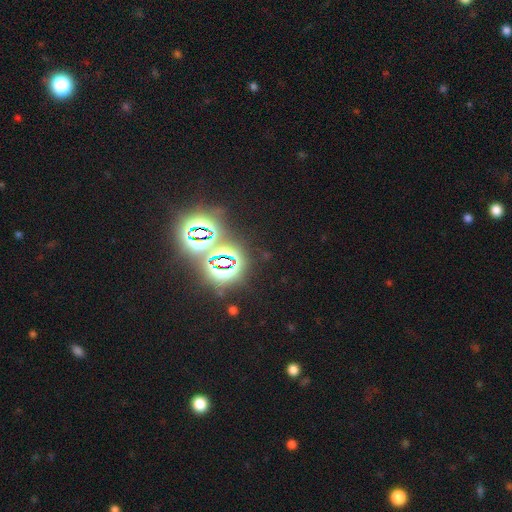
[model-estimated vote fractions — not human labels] Smooth or featured? Predicted: star or artifact (p=0.79).